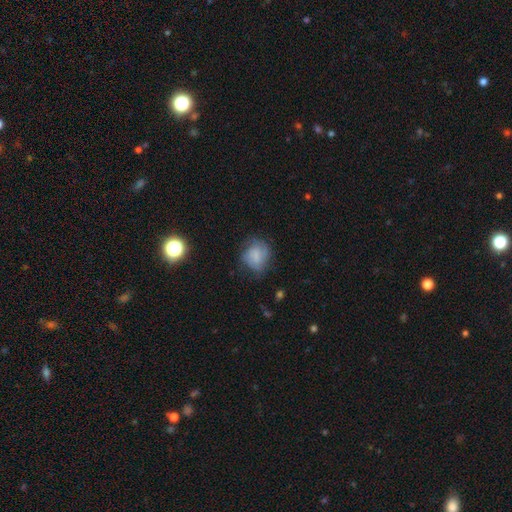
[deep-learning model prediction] This is likely a smooth galaxy (62%). How rounded: likely round (70%). Merging: possibly none (56%).